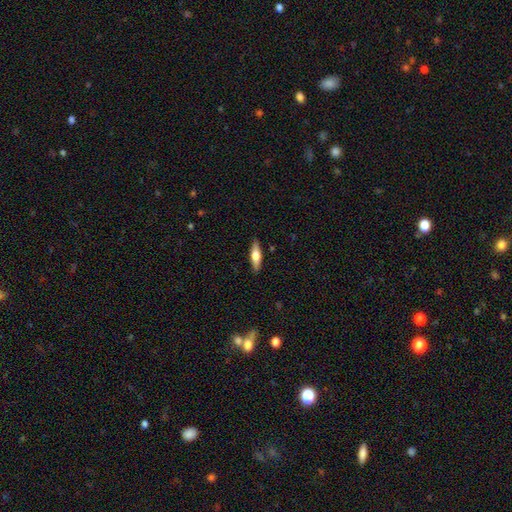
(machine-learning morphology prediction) Overall: smooth (54%; featured or disk 40%). How rounded: cigar-shaped (56%; in between 41%). Merging: none (88%).